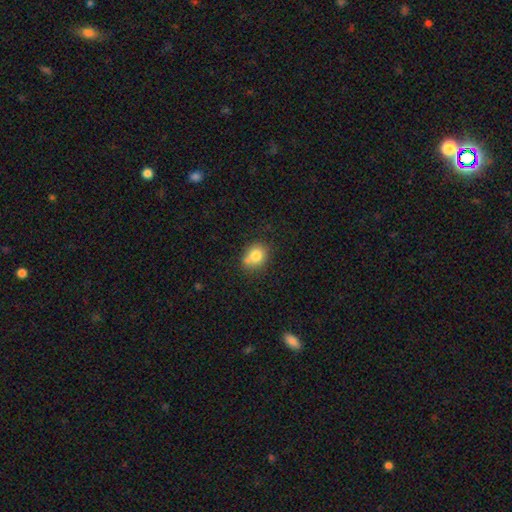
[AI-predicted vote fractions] Overall: smooth (79%). How rounded: round (60%; in between 39%). Merging: none (61%).